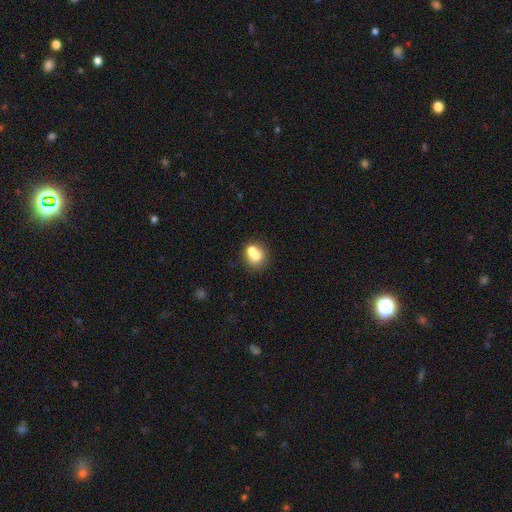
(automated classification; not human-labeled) A smooth galaxy with no disk features (67%) that is round (73%).

Vote fractions:
- Smooth or featured? smooth: 67% / featured or disk: 21% / star or artifact: 12%
- How rounded? round: 73% / in between: 26% / cigar-shaped: 1%
- Merging? merger: 50% / none: 39% / minor disturbance: 8% / major disturbance: 4%